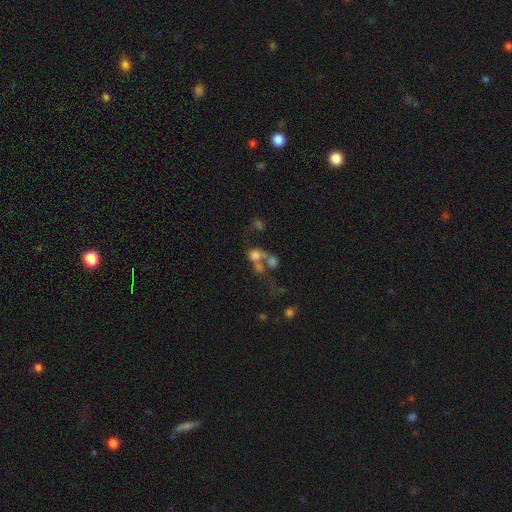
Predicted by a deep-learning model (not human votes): Overall: smooth (61%; featured or disk 23%). How rounded: round (68%; in between 31%). Merging: merger (53%; none 25%).